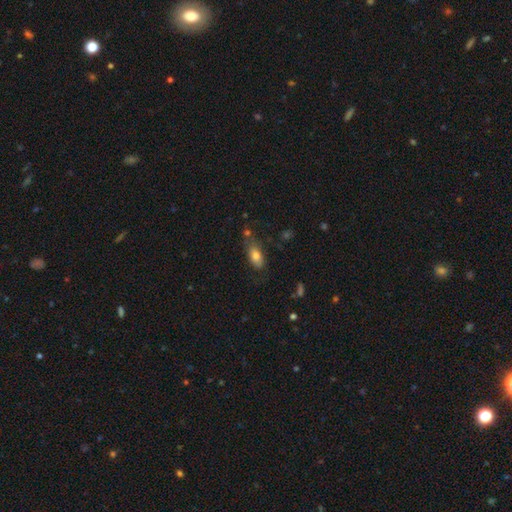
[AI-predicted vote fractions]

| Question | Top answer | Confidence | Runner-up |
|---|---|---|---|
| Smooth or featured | smooth | 78% | featured or disk (14%) |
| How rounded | in between | 87% | cigar-shaped (9%) |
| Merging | none | 62% | minor disturbance (23%) |